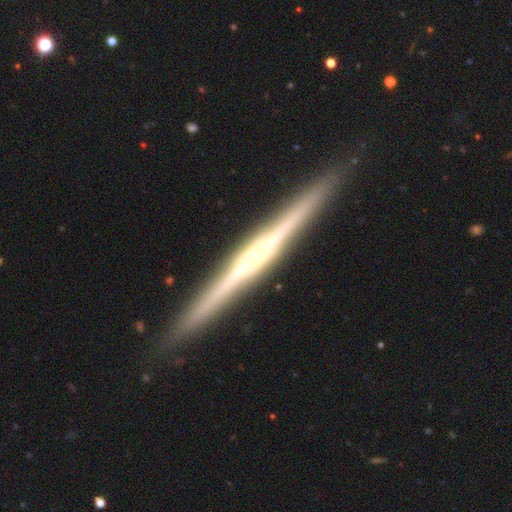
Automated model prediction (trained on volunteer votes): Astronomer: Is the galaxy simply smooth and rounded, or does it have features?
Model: featured or disk — 86%.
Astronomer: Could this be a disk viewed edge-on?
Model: yes — 98%.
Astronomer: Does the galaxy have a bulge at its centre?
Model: rounded — 62%.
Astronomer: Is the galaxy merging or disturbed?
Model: none — 92%.